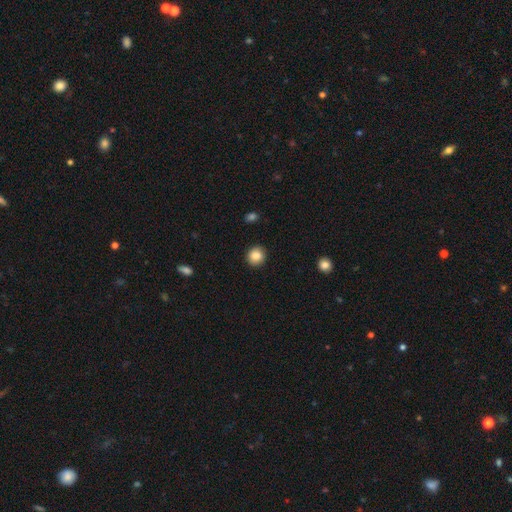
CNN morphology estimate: Smooth or featured: smooth — 85% (star or artifact — 9%)
How rounded: round — 89% (in between — 10%)
Merging: none — 92% (minor disturbance — 5%)